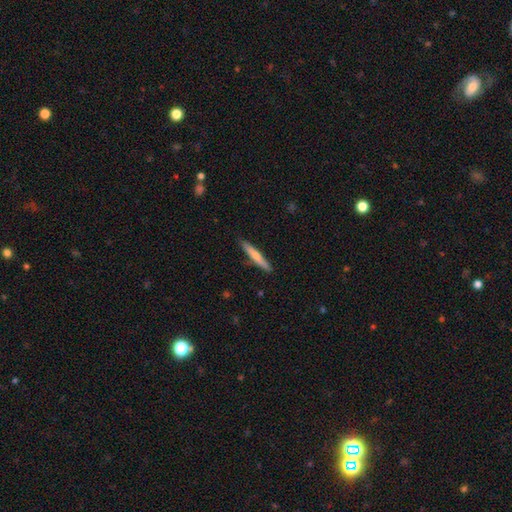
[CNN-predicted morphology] The model was most divided on "smooth or featured": smooth: 65%, featured or disk: 30%, star or artifact: 6%. More confident: how rounded — cigar-shaped (94%); merging — none (88%).